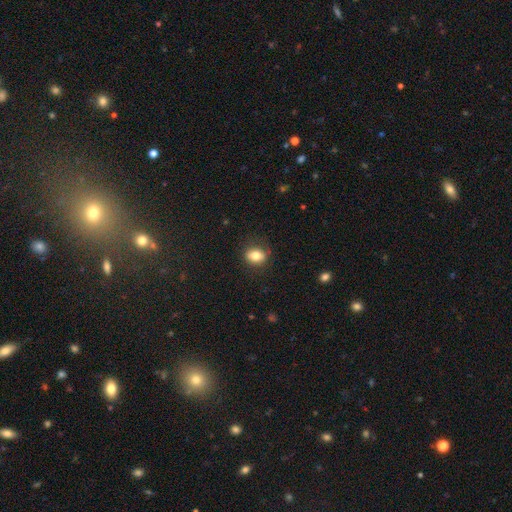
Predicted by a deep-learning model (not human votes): smooth 79%, featured or disk 11%, star or artifact 9%. Down the decision tree: how rounded — in between (56%); merging — none (83%).